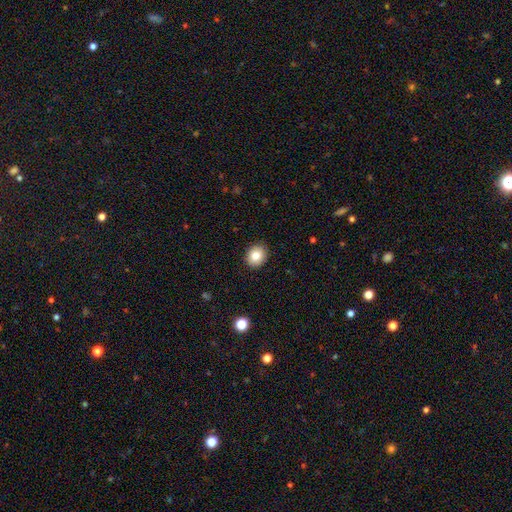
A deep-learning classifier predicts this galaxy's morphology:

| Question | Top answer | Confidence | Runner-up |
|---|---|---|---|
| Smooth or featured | smooth | 82% | star or artifact (9%) |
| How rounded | round | 63% | in between (36%) |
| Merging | none | 89% | minor disturbance (8%) |